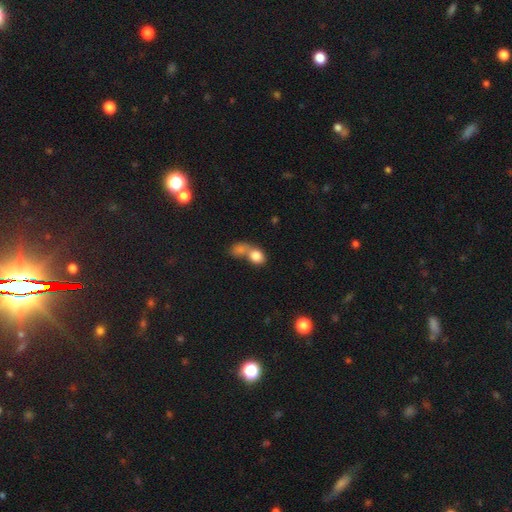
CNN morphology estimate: A smooth galaxy with no disk features (82%) that is in between round and cigar-shaped (51%). Merging: merger (67%).